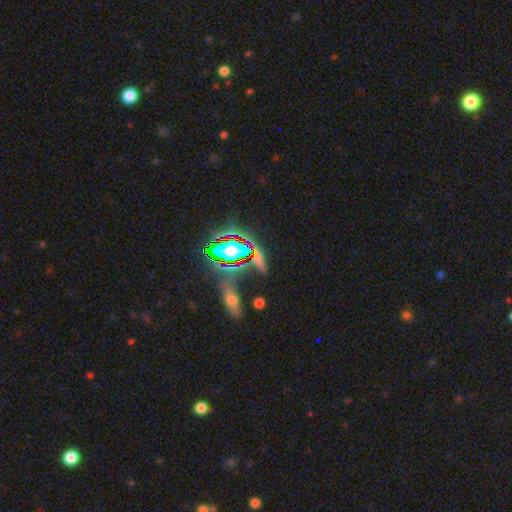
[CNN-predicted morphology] star or artifact 52%, smooth 28%, featured or disk 19%.